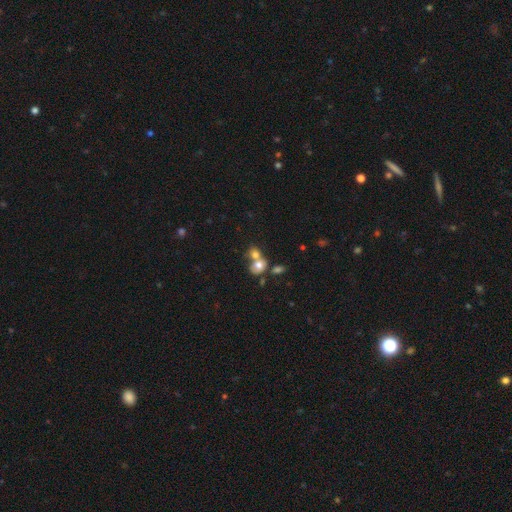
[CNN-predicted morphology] Smooth or featured? Predicted: smooth (p=0.65). How rounded? Predicted: round (p=0.59). Merging? Predicted: merger (p=0.59).